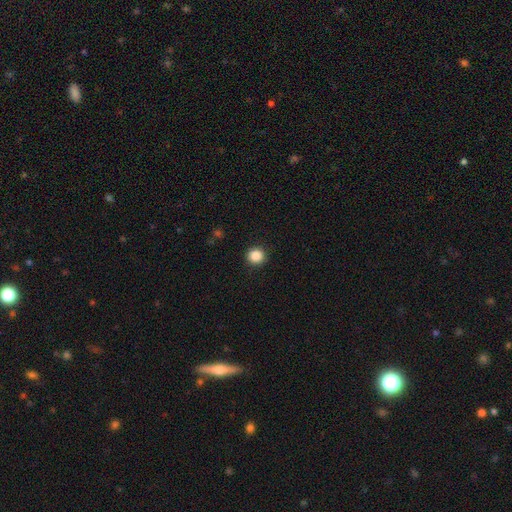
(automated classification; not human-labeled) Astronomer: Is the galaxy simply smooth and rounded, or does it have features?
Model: smooth — 87%.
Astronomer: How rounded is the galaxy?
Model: round — 93%.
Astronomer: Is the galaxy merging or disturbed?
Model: none — 92%.